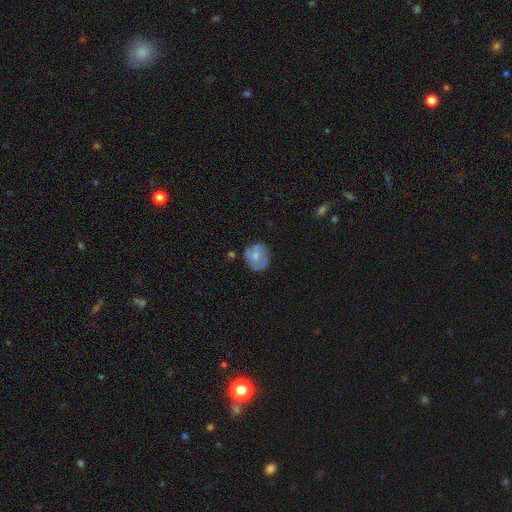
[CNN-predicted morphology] This is possibly a smooth galaxy (49%). Merging: likely none (62%).